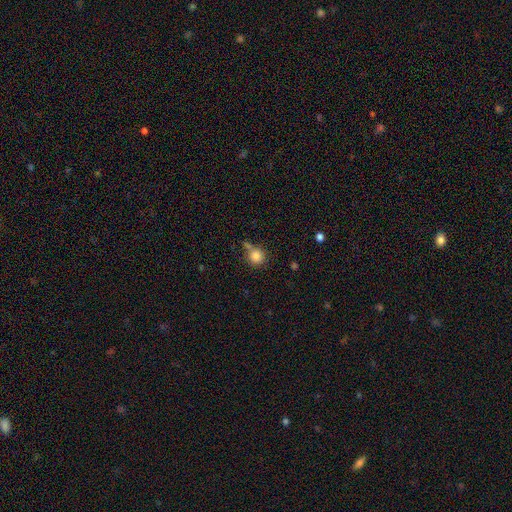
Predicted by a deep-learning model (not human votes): Q: Smooth or featured?
A: smooth (84%); runner-up: star or artifact (10%)
Q: How rounded?
A: round (92%); runner-up: in between (7%)
Q: Merging?
A: none (62%); runner-up: merger (17%)